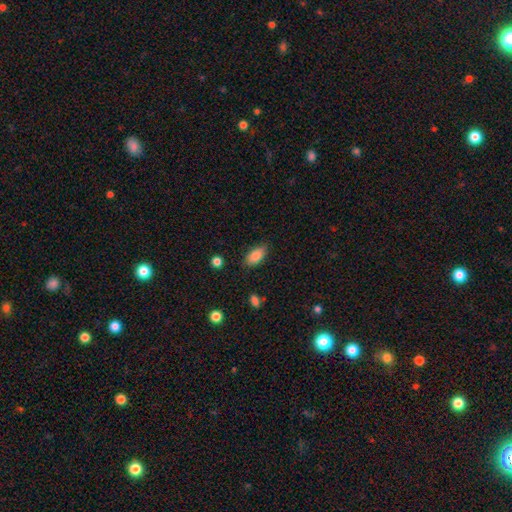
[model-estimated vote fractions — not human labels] Overall: smooth (86%). How rounded: in between (89%). Merging: none (83%).